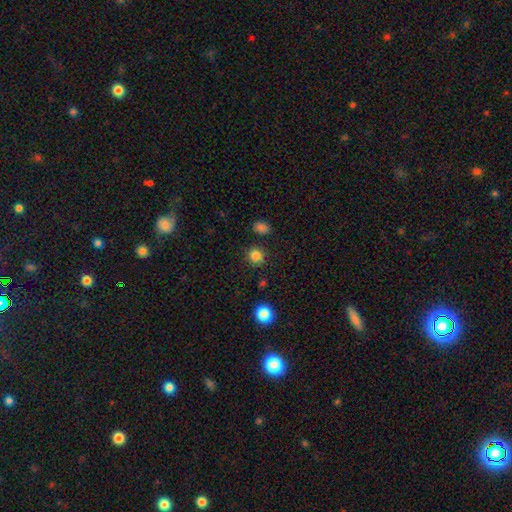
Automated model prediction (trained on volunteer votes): A smooth galaxy with no disk features (83%) that is round (92%). Merging: none (89%).